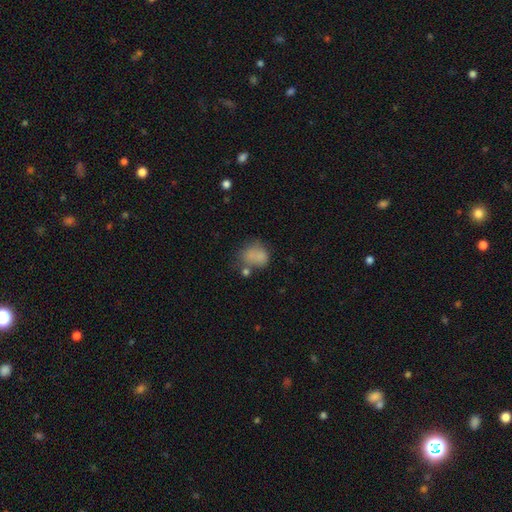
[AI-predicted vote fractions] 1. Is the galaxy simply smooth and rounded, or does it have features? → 74% smooth, 14% featured or disk, 12% star or artifact.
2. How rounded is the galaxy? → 53% in between, 46% round, 1% cigar-shaped.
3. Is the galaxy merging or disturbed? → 37% none, 24% minor disturbance, 21% merger, 18% major disturbance.